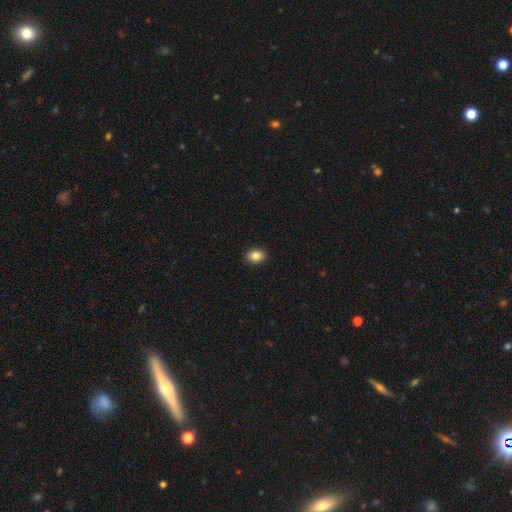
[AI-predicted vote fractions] Smooth or featured: smooth — 86% (star or artifact — 9%)
How rounded: in between — 64% (round — 35%)
Merging: none — 92% (minor disturbance — 6%)